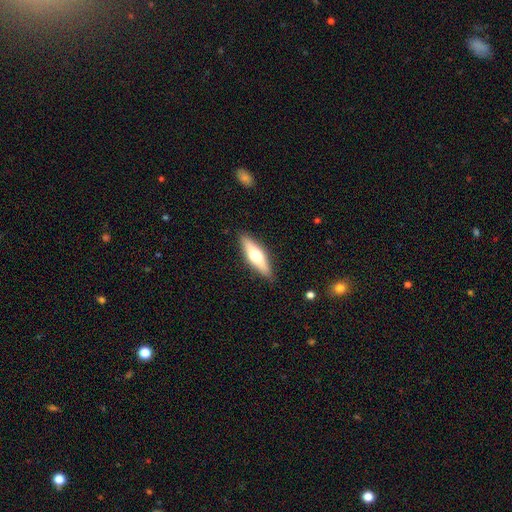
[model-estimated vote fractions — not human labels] smooth-or-featured: featured or disk: 47% (tied) | smooth: 47% (tied) | star or artifact: 6%
  merging: none: 88% | minor disturbance: 9% | major disturbance: 2% | merger: 1%